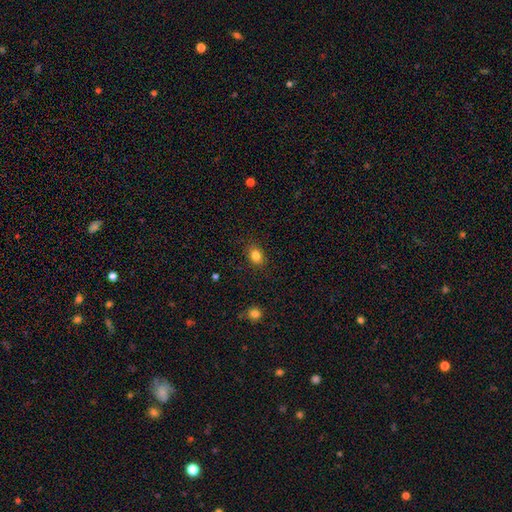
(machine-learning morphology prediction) type=smooth (84%); roundness=in between (61%); merging=none (87%).